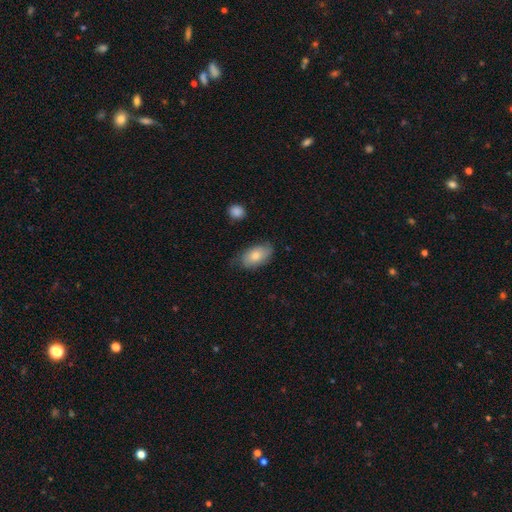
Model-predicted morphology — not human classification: This is likely a smooth galaxy (77%). How rounded: clearly in between (93%). Merging: likely none (71%).